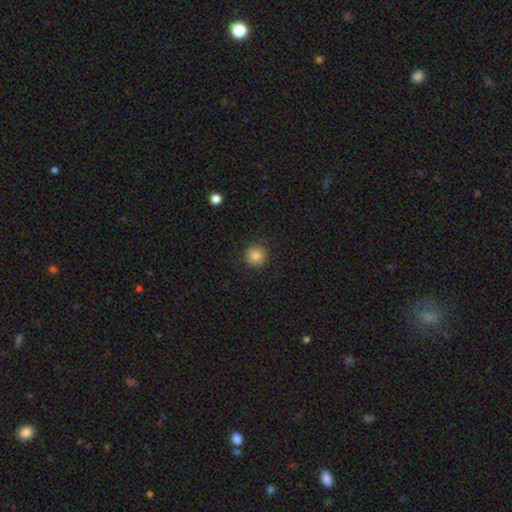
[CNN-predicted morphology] The model was most divided on "smooth or featured": smooth: 83%, star or artifact: 10%, featured or disk: 6%. More confident: how rounded — round (95%); merging — none (87%).